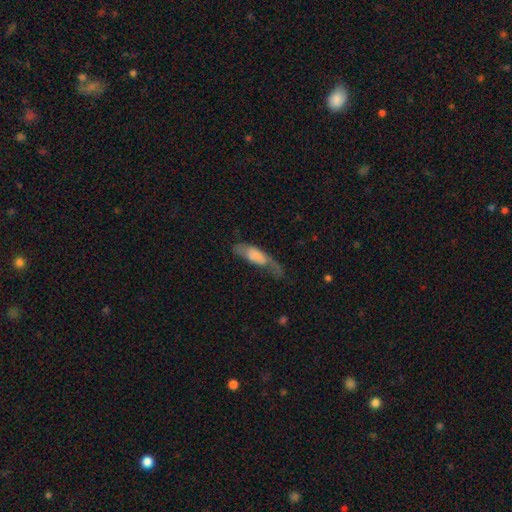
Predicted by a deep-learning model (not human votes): This is likely a smooth galaxy (61%). How rounded: likely in between (61%). Merging: marginally major disturbance (38%).